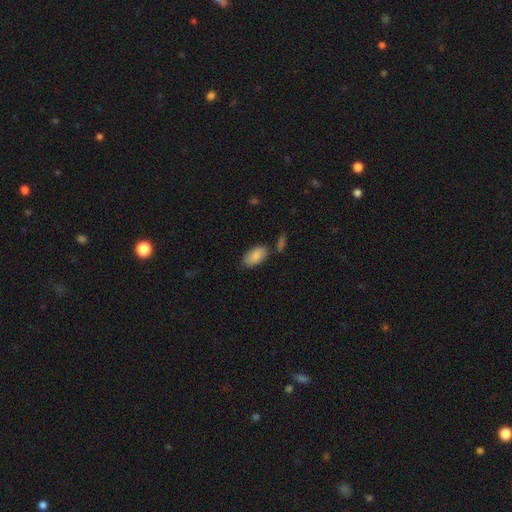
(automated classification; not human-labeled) Overall: smooth (86%). How rounded: in between (94%). Merging: none (74%).